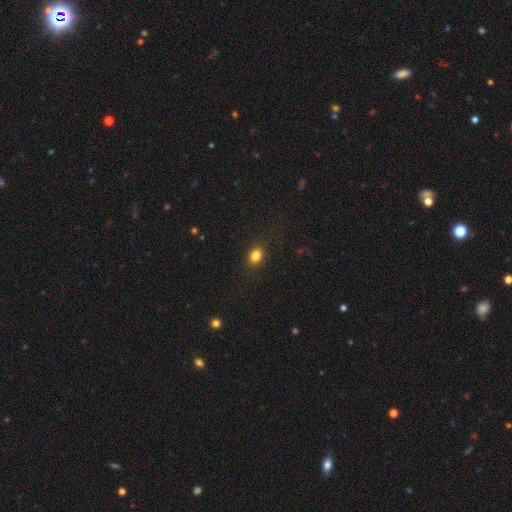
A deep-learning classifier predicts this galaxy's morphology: Smooth or featured? smooth (84%)
How rounded? in between (71%)
Merging? none (87%)